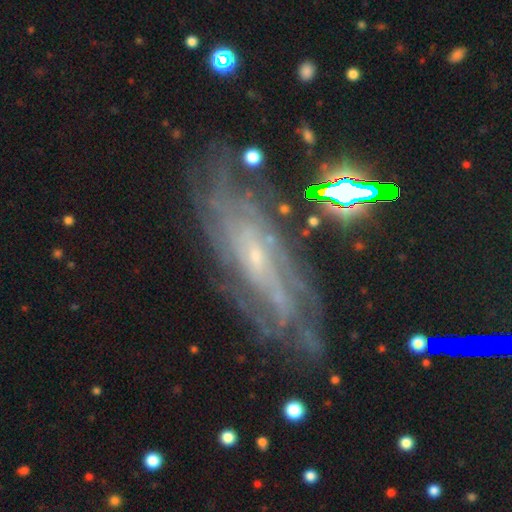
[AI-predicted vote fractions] The model was most divided on "bar": no: 59%, weak: 31%, strong: 11%. Remaining: spiral arms — yes (94%); edge-on disk — no (85%); bulge size — small (83%); smooth or featured — featured or disk (81%); merging — none (76%); spiral winding — tight (64%); spiral arm count — can't tell (49%).